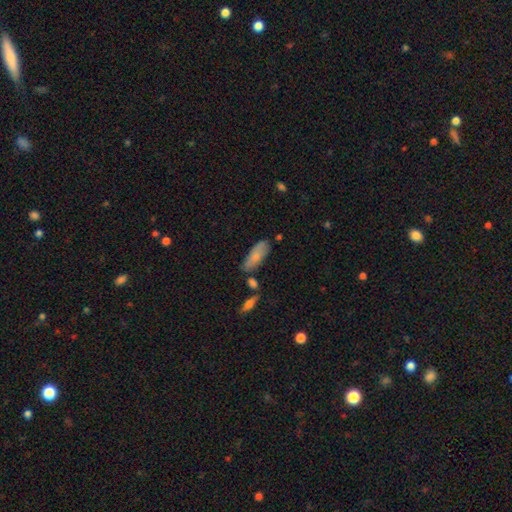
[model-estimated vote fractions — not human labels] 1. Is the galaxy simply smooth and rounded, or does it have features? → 77% smooth, 17% featured or disk, 6% star or artifact.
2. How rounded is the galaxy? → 73% in between, 25% cigar-shaped, 2% round.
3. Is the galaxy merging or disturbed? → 65% none, 23% minor disturbance, 7% merger, 5% major disturbance.